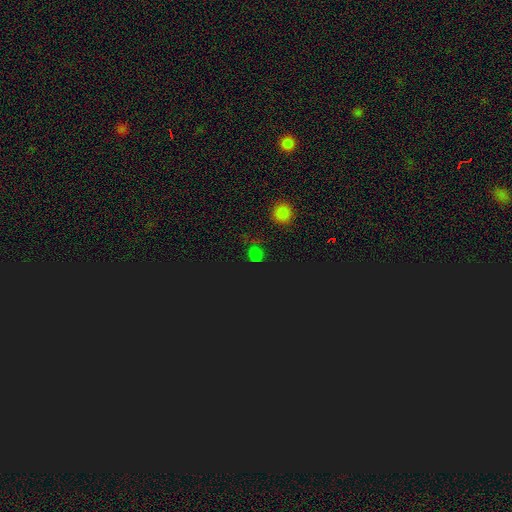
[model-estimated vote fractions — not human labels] A star or artifact, not a galaxy (57%).